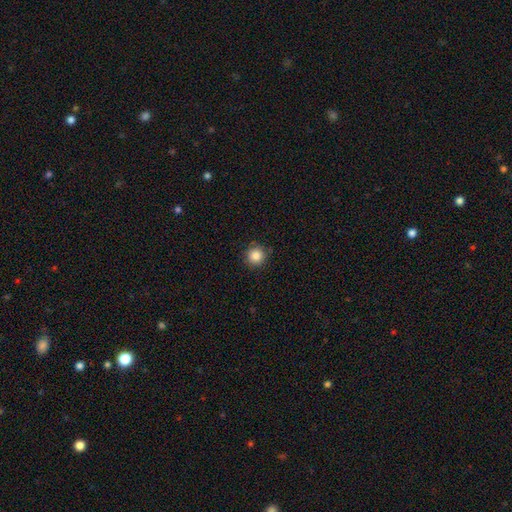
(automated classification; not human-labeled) This appears to be a smooth galaxy with no disk features (85%) that is round (95%). Merging: none (88%).